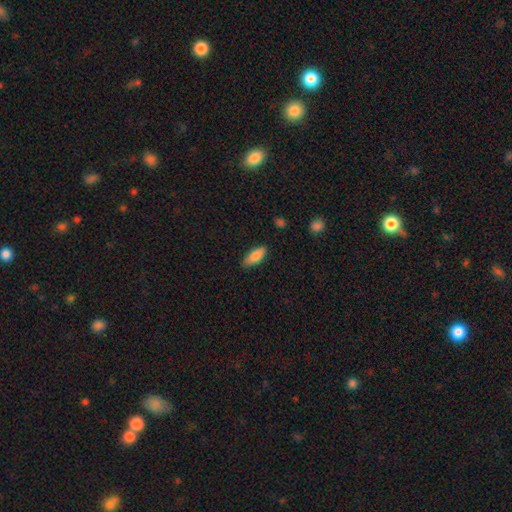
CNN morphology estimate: This is clearly a smooth galaxy (82%). How rounded: likely in between (75%). Merging: clearly none (85%).